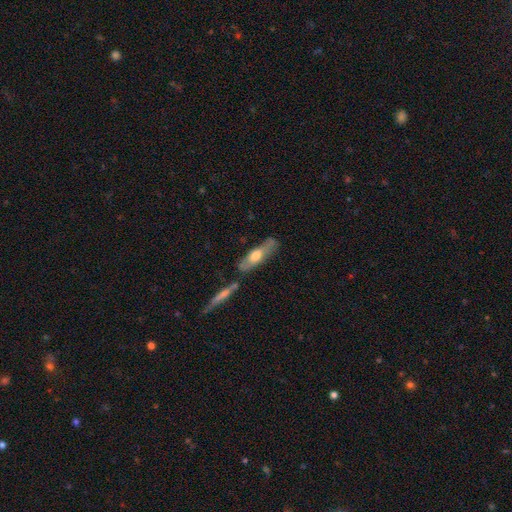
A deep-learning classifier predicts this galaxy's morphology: Smooth or featured?
  - featured or disk: 48% *
  - smooth: 47%
  - star or artifact: 5%
Merging?
  - none: 67% *
  - minor disturbance: 18%
  - merger: 11%
  - major disturbance: 5%